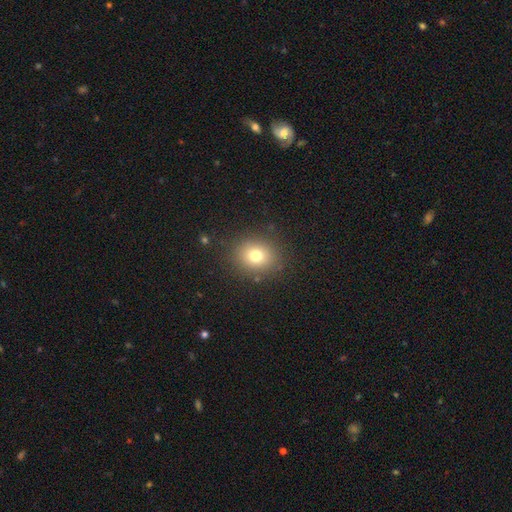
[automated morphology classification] A smooth galaxy with no disk features (75%) that is round (71%). Merging: none (87%).